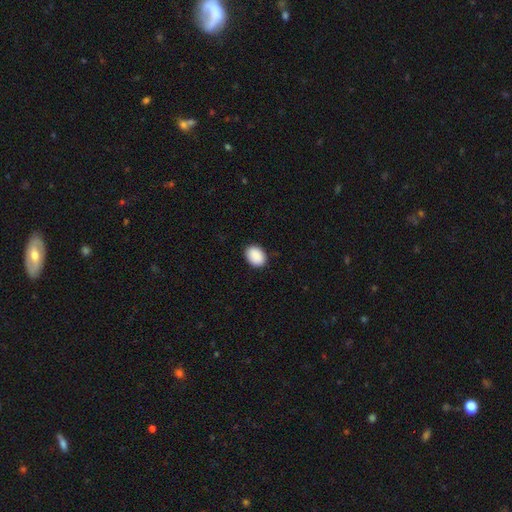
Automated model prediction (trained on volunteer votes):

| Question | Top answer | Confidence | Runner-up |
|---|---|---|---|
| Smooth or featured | smooth | 91% | star or artifact (7%) |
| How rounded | in between | 72% | round (27%) |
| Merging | none | 89% | minor disturbance (8%) |